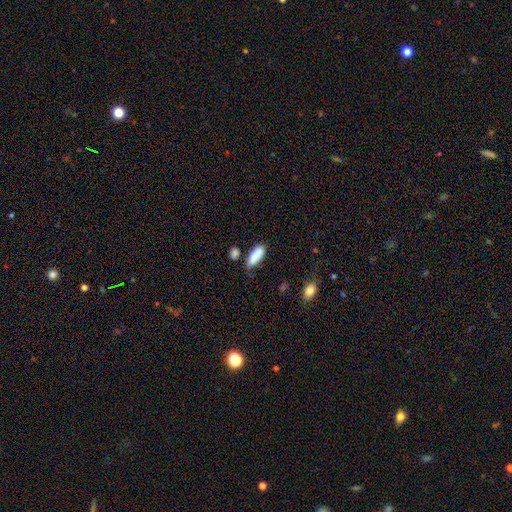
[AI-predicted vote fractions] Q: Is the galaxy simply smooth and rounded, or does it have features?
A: smooth — 86%.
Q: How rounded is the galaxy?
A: in between — 75%.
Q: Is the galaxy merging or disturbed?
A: none — 60%.